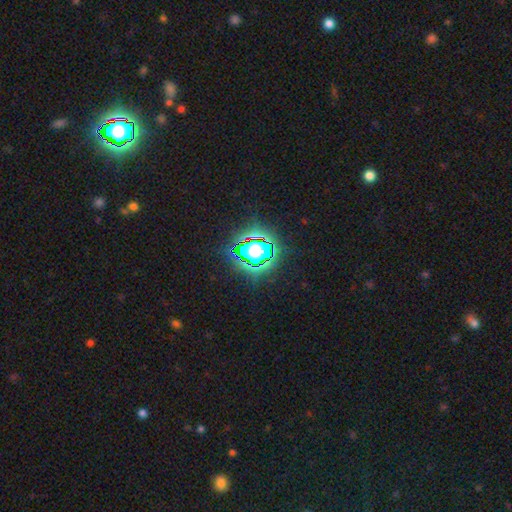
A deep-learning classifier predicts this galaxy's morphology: The model was most divided on "smooth or featured": star or artifact: 80%, smooth: 12%, featured or disk: 7%.